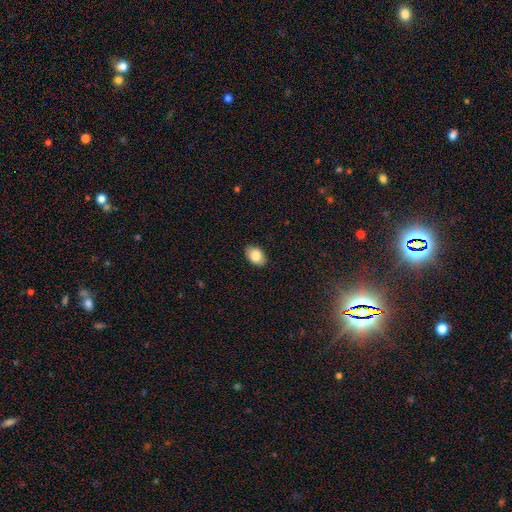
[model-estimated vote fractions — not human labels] Smooth or featured? smooth (85%)
How rounded? in between (87%)
Merging? none (88%)